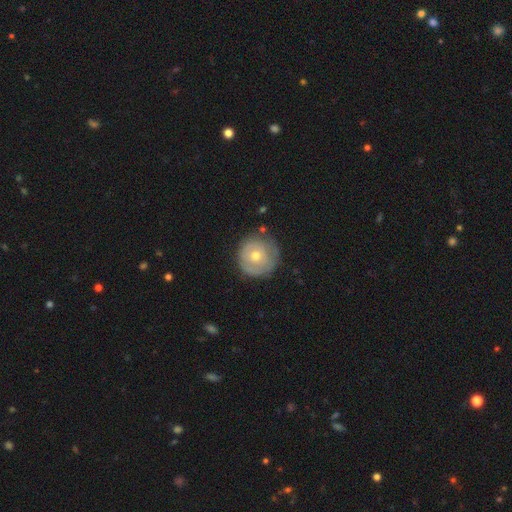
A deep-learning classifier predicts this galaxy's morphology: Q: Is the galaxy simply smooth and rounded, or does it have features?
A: smooth — 50%.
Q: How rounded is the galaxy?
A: round — 95%.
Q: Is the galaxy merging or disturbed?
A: none — 75%.